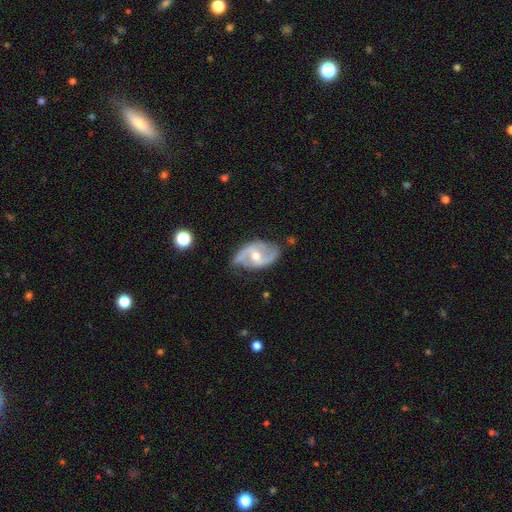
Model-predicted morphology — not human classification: type=featured or disk (87%); edge-on=no (97%); bar=weak (46%); spiral arms=yes (93%); winding=medium (45%); arm count=2 (91%); bulge=moderate (66%); merging=none (72%).